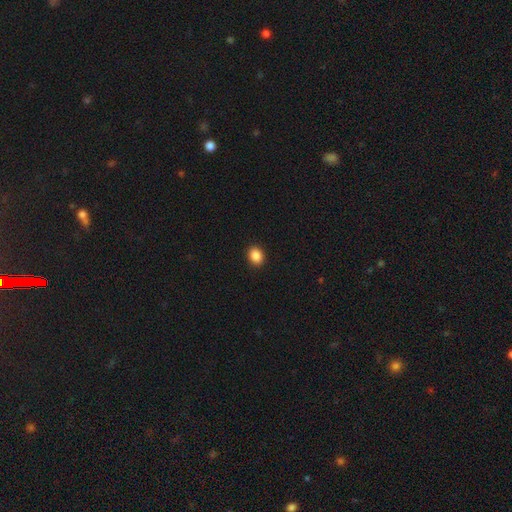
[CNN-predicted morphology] Smooth or featured? smooth (88%)
How rounded? round (50%)
Merging? none (92%)